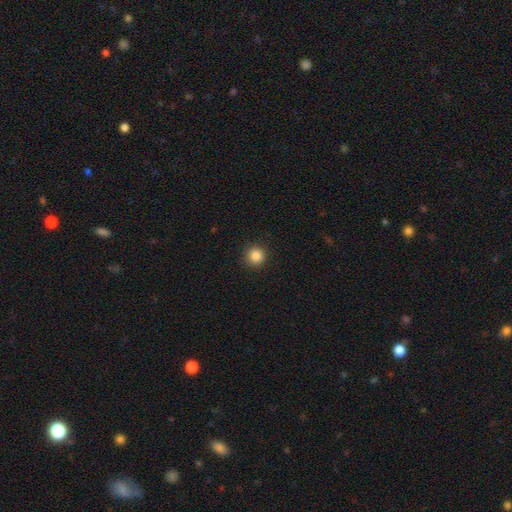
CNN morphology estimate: Smooth or featured: smooth — 87% (star or artifact — 10%)
How rounded: round — 94% (in between — 5%)
Merging: none — 91% (minor disturbance — 6%)